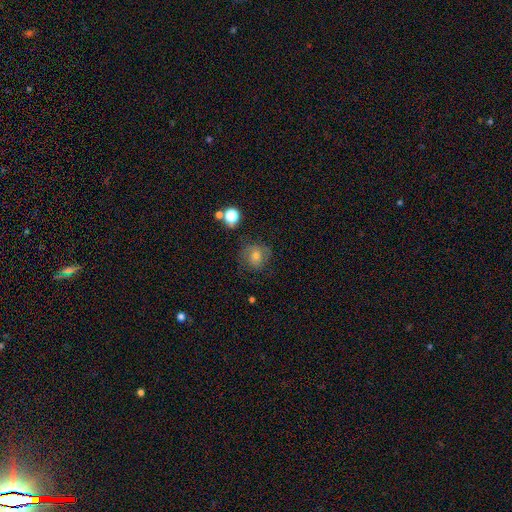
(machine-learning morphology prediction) Q: Smooth or featured?
A: smooth (51%); runner-up: featured or disk (31%)
Q: How rounded?
A: round (84%); runner-up: in between (15%)
Q: Merging?
A: none (73%); runner-up: minor disturbance (17%)